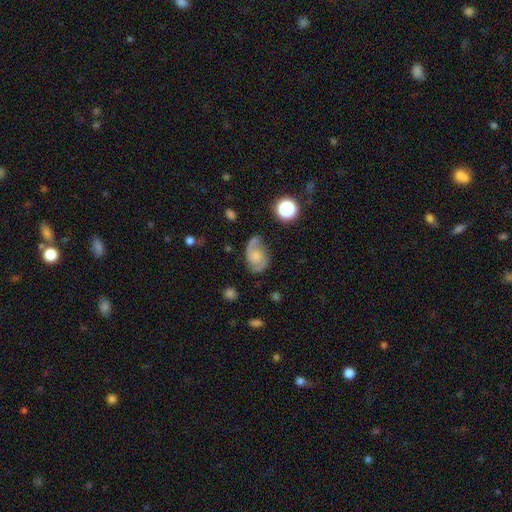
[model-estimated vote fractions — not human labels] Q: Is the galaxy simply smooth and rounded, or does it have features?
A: featured or disk — 68%.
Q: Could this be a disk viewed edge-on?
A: no — 97%.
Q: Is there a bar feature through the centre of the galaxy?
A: no — 66%.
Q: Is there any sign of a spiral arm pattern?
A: yes — 91%.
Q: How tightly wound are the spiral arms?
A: medium — 48%.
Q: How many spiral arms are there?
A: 2 — 84%.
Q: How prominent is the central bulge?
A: small — 33%.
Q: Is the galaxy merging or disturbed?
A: none — 58%.